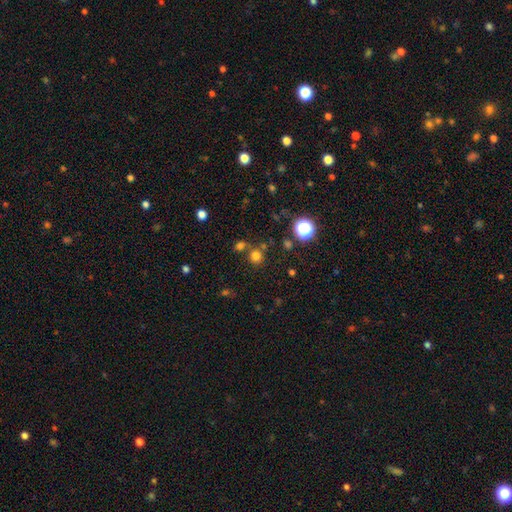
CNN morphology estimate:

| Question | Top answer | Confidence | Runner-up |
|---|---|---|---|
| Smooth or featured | smooth | 73% | star or artifact (21%) |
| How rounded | round | 89% | in between (10%) |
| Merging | none | 69% | merger (19%) |